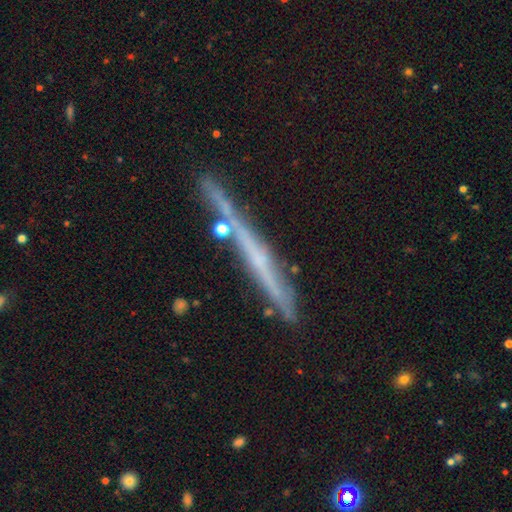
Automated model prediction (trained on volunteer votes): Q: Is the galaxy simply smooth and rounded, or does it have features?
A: featured or disk — 65%.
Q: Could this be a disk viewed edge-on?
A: yes — 94%.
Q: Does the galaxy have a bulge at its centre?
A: none — 79%.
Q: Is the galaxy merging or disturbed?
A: none — 81%.